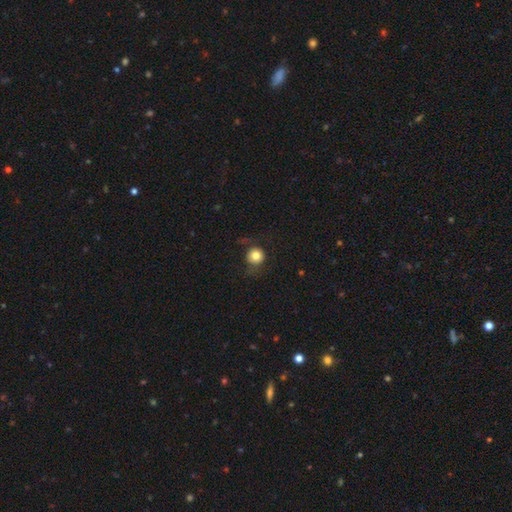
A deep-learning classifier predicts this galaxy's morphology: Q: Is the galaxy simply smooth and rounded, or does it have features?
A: smooth — 78%.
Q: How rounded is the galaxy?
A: round — 93%.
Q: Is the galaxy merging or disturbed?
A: none — 75%.